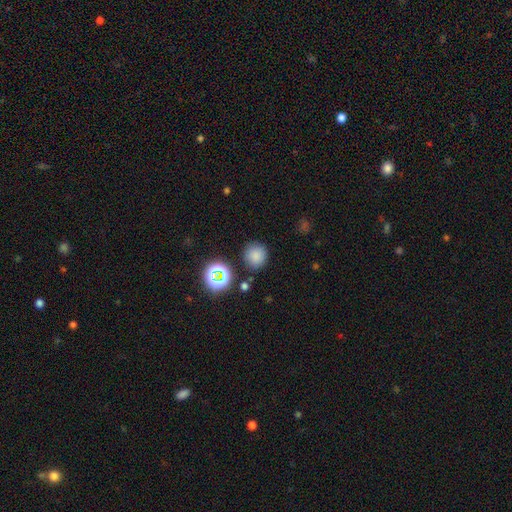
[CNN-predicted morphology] This is likely a smooth galaxy (78%). How rounded: clearly round (90%). Merging: clearly none (83%).